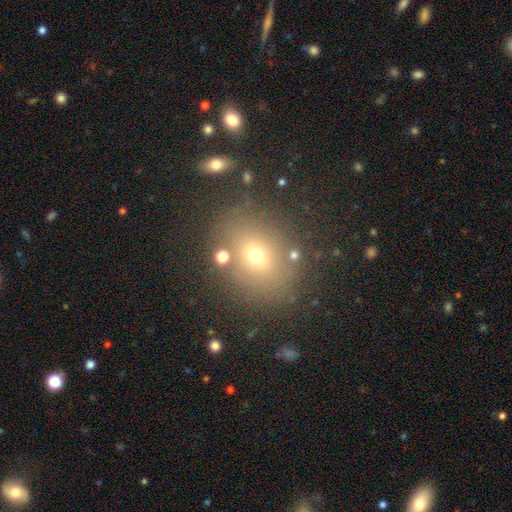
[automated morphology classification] This is likely a smooth galaxy (63%). How rounded: possibly round (58%). Merging: likely none (79%).